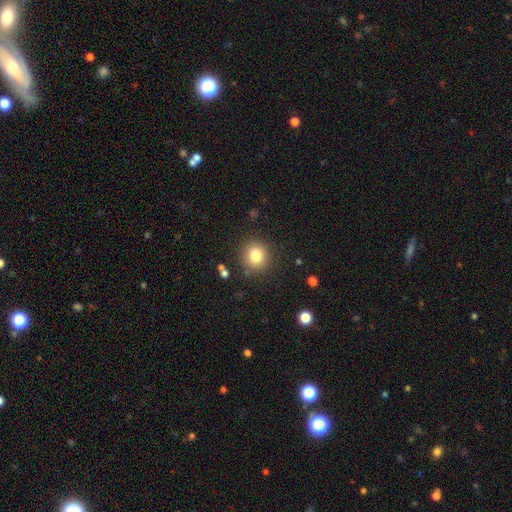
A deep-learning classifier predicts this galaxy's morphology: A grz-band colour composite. It shows a smooth galaxy with no disk features (81%) that is round (90%). Merging: none (87%).